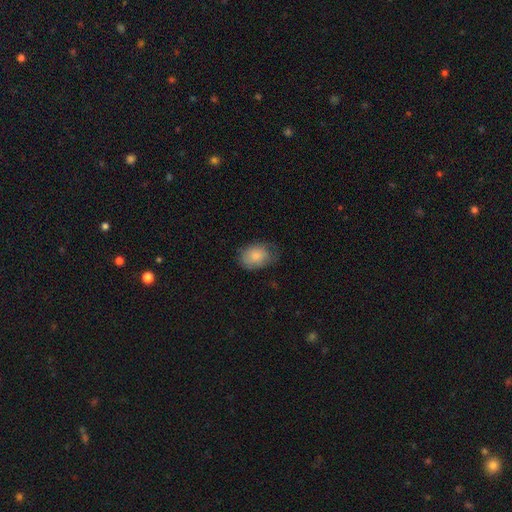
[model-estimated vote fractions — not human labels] A smooth galaxy with no disk features (82%) that is in between round and cigar-shaped (77%).

Vote fractions:
- Smooth or featured? smooth: 82% / featured or disk: 11% / star or artifact: 7%
- How rounded? in between: 77% / round: 21% / cigar-shaped: 1%
- Merging? none: 58% / minor disturbance: 31% / major disturbance: 10% / merger: 1%